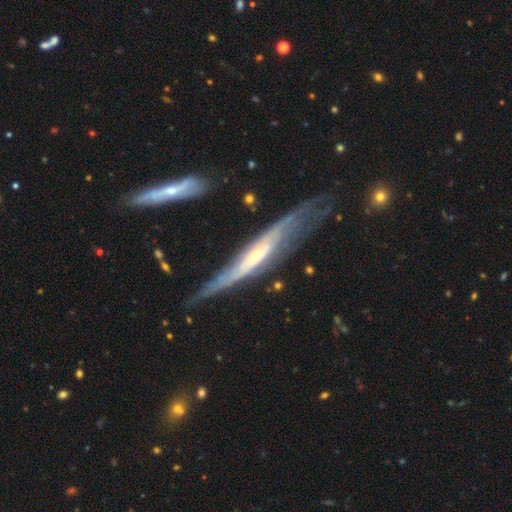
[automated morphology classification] Smooth or featured: featured or disk — 79% (smooth — 16%)
Edge-on disk: yes — 71% (no — 29%)
Edge-on bulge: rounded — 59% (none — 33%)
Merging: none — 58% (minor disturbance — 26%)